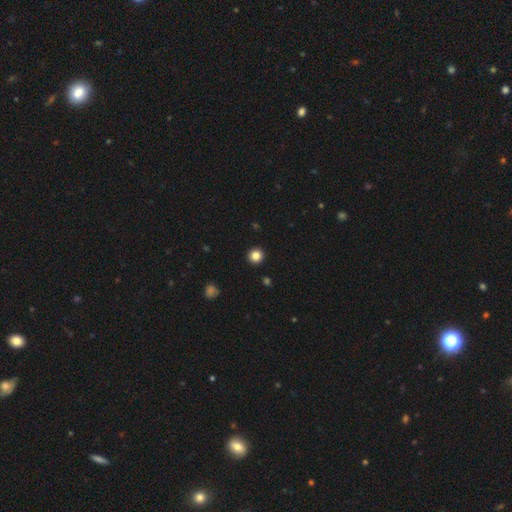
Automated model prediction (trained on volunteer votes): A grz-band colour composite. It shows a smooth galaxy with no disk features (84%) that is round (95%). Merging: none (93%).